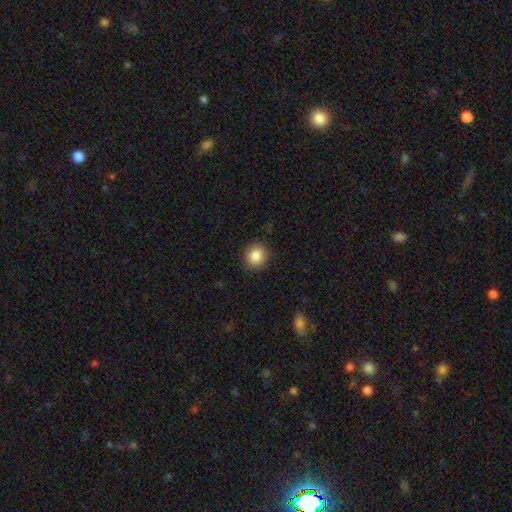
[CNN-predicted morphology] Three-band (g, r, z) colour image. It shows a smooth galaxy with no disk features (86%) that is round (84%). Merging: none (89%).